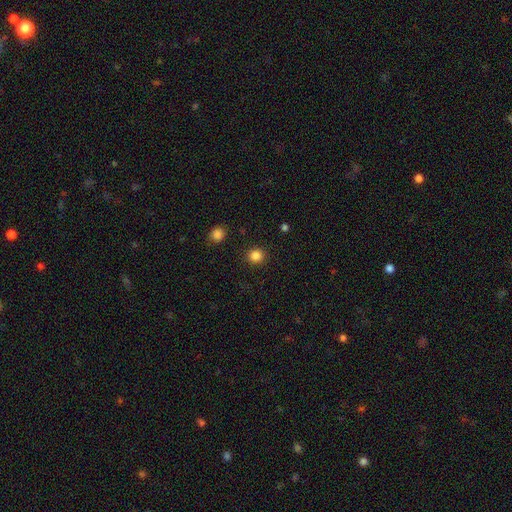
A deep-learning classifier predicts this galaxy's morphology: A smooth galaxy with no disk features (85%) that is round (89%).

Vote fractions:
- Smooth or featured? smooth: 85% / star or artifact: 12% / featured or disk: 3%
- How rounded? round: 89% / in between: 10% / cigar-shaped: 1%
- Merging? none: 91% / minor disturbance: 5% / major disturbance: 2% / merger: 1%